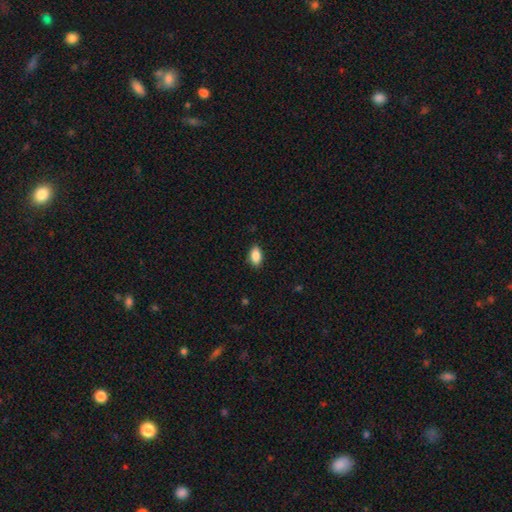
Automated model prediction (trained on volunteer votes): The model was most divided on "merging": none: 87%, minor disturbance: 10%, major disturbance: 2%, merger: 1%. More confident: how rounded — in between (91%); smooth or featured — smooth (88%).